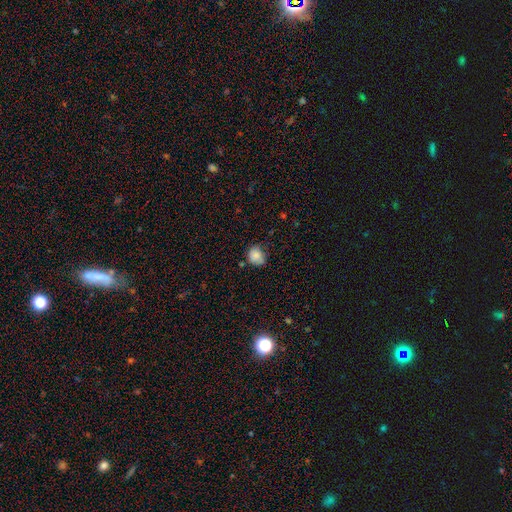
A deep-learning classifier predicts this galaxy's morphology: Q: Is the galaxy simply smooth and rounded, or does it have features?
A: smooth — 82%.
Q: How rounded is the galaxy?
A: round — 63%.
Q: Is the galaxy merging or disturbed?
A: none — 57%.